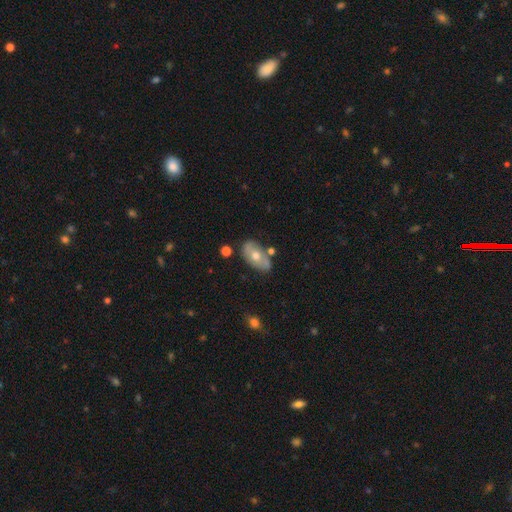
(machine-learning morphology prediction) Smooth or featured: smooth — 50% (featured or disk — 43%)
Merging: none — 72% (minor disturbance — 16%)